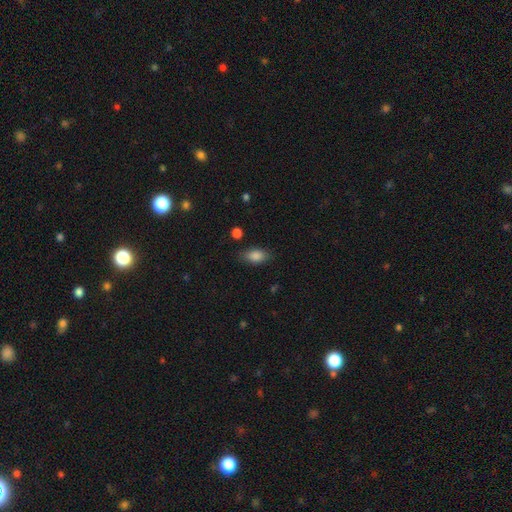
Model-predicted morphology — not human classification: This appears to be a smooth galaxy with no disk features (86%) that is in between round and cigar-shaped (89%). Merging: none (80%).